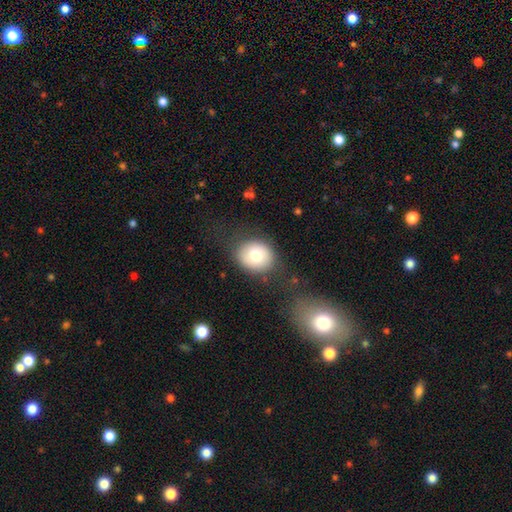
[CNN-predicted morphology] smooth 73%, featured or disk 18%, star or artifact 9%. Down the decision tree: how rounded — round (66%); merging — none (79%).